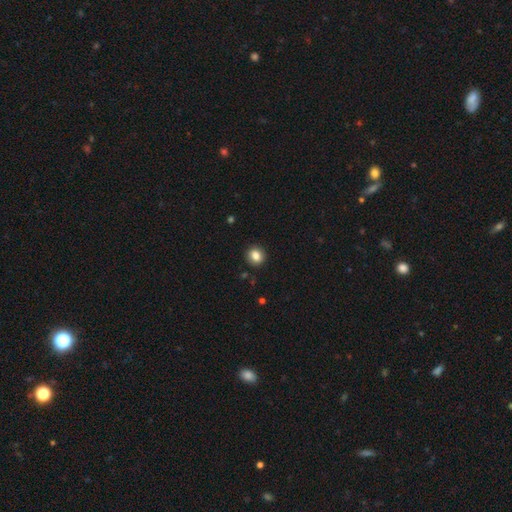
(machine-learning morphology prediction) smooth_or_featured: smooth (p=0.84) [alt: star or artifact p=0.10]
how_rounded: round (p=0.79) [alt: in between p=0.20]
merging: none (p=0.91) [alt: minor disturbance p=0.06]